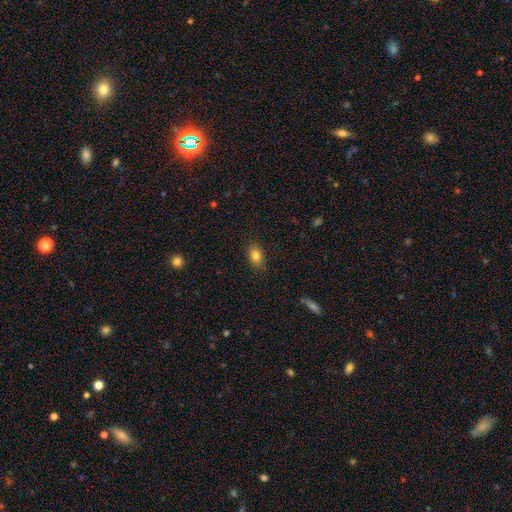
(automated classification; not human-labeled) Smooth or featured? smooth (83%)
How rounded? in between (81%)
Merging? none (85%)